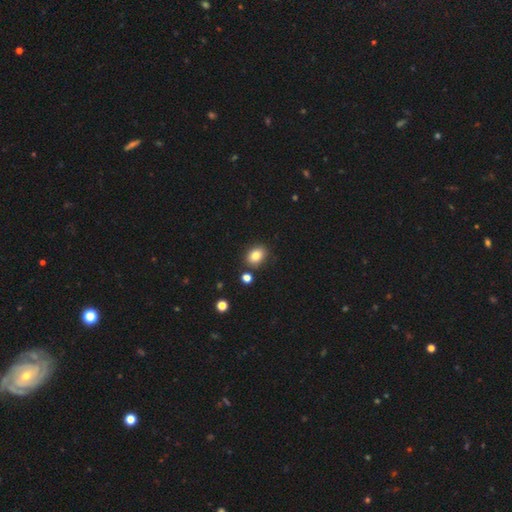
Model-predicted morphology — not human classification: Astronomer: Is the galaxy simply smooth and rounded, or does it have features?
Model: smooth — 82%.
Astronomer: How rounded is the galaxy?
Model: in between — 65%.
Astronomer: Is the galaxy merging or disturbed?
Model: none — 83%.